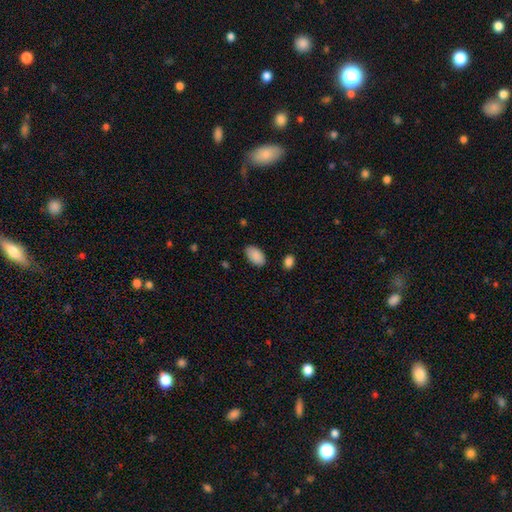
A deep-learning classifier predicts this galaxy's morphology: Smooth or featured: smooth — 90% (star or artifact — 7%)
How rounded: in between — 95% (round — 4%)
Merging: none — 84% (minor disturbance — 12%)